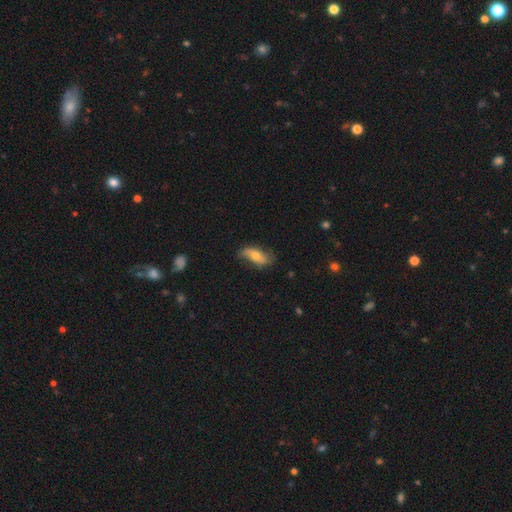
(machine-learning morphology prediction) smooth_or_featured: smooth (p=0.55) [alt: featured or disk p=0.37]
how_rounded: in between (p=0.81) [alt: cigar-shaped p=0.16]
merging: none (p=0.63) [alt: minor disturbance p=0.28]